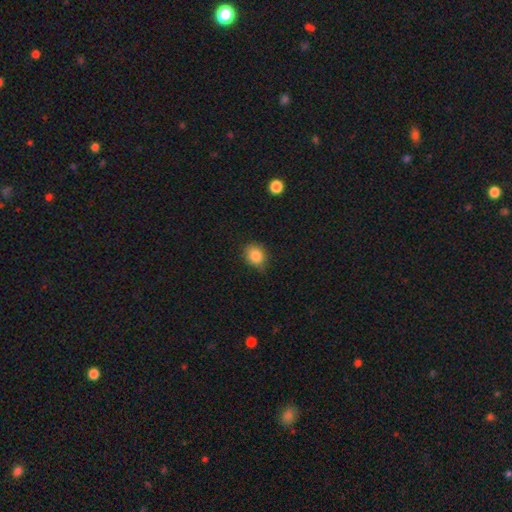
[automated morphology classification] A smooth galaxy with no disk features (84%) that is round (62%).

Vote fractions:
- Smooth or featured? smooth: 84% / star or artifact: 10% / featured or disk: 6%
- How rounded? round: 62% / in between: 37% / cigar-shaped: 1%
- Merging? none: 75% / minor disturbance: 20% / major disturbance: 3% / merger: 1%